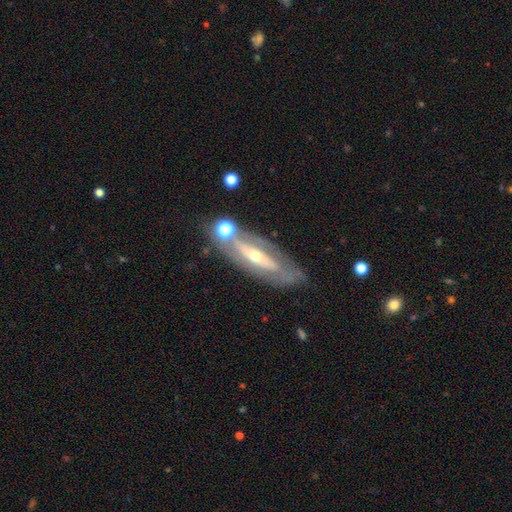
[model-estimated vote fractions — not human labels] Smooth or featured: featured or disk — 76% (smooth — 17%)
Edge-on disk: no — 77% (yes — 23%)
Bar: no — 46% (strong — 33%)
Spiral arms: yes — 54% (no — 46%)
Bulge size: small — 48% (moderate — 46%)
Merging: none — 69% (minor disturbance — 16%)